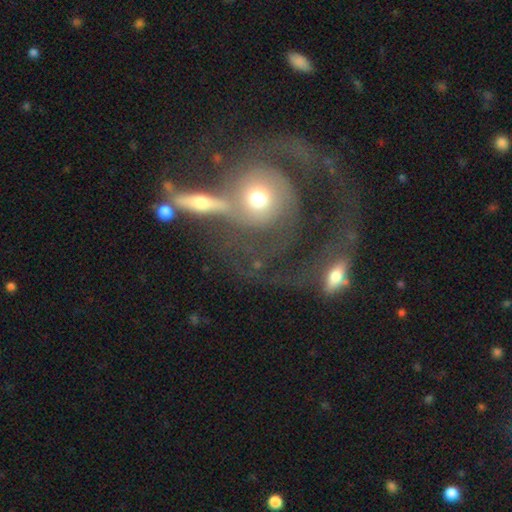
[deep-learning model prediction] Morphology: type=featured or disk (76%); edge-on=no (96%); bar=no (75%); spiral arms=yes (70%); winding=medium (37%); arm count=2 (35%); bulge=moderate (59%); merging=merger (49%).